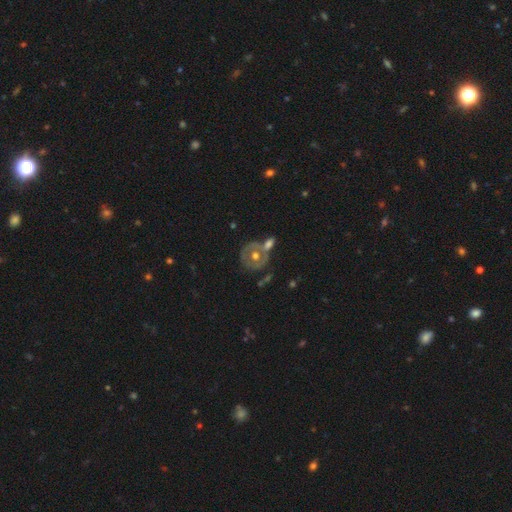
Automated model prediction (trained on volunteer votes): A featured or disk galaxy (61%) with no bar (87%), no spiral arms (71%) and a moderate central bulge (78%).

Vote fractions:
- Smooth or featured? featured or disk: 61% / smooth: 31% / star or artifact: 8%
- Edge-on disk? no: 94% / yes: 6%
- Bar? no: 87% / weak: 9% / strong: 3%
- Spiral arms? no: 71% / yes: 29%
- Bulge size? moderate: 78% / small: 13% / large: 6% / none: 2% / dominant: 1%
- Merging? none: 52% / merger: 28% / minor disturbance: 14% / major disturbance: 7%